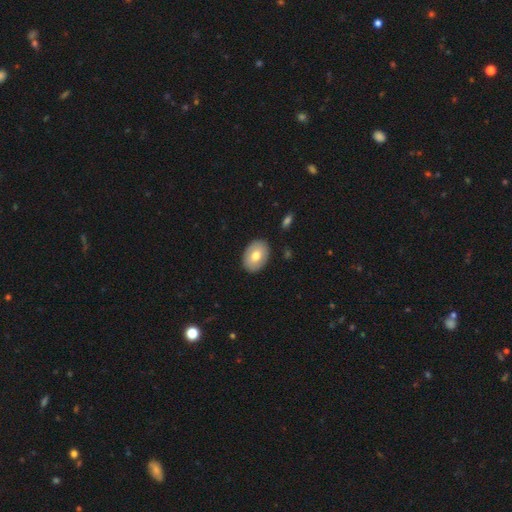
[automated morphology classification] Overall: smooth (73%). How rounded: in between (82%). Merging: none (88%).